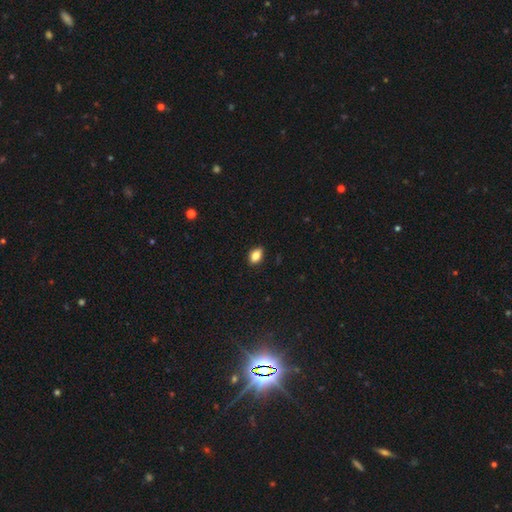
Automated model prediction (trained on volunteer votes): smooth_or_featured: smooth (p=0.83) [alt: star or artifact p=0.09]
how_rounded: in between (p=0.85) [alt: round p=0.12]
merging: none (p=0.87) [alt: minor disturbance p=0.10]